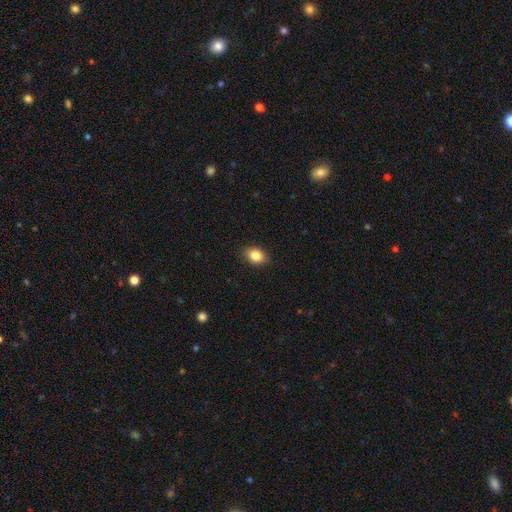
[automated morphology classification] Overall: smooth (85%). How rounded: in between (67%; round 32%). Merging: none (88%).